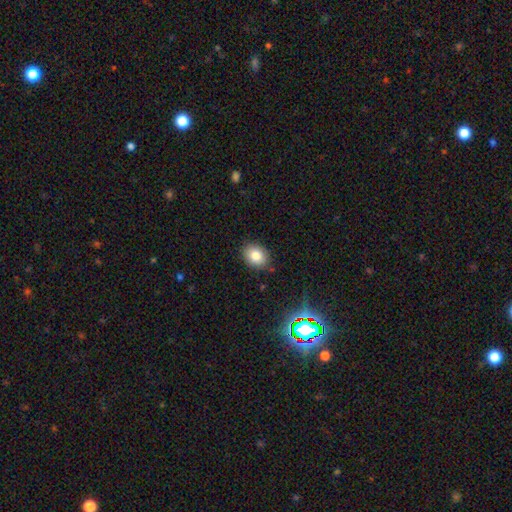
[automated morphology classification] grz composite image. It shows a smooth galaxy with no disk features (80%) that is in between round and cigar-shaped (55%). Merging: none (86%).